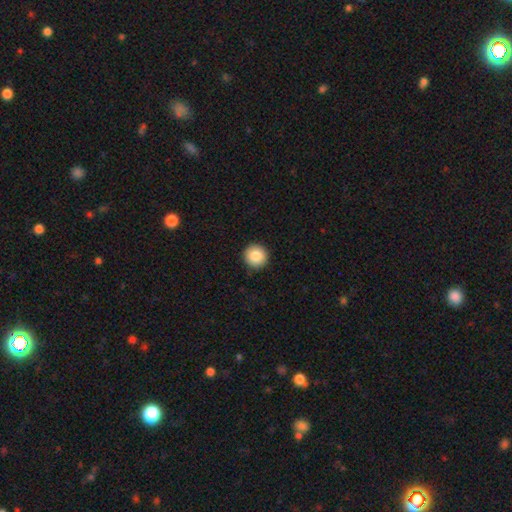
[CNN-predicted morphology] smooth_or_featured: smooth (p=0.86) [alt: star or artifact p=0.08]
how_rounded: round (p=0.95) [alt: in between p=0.04]
merging: none (p=0.92) [alt: minor disturbance p=0.05]